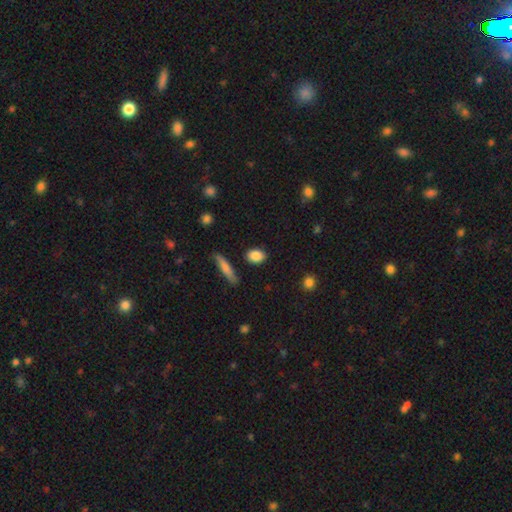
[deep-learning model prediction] Smooth or featured?
  - smooth: 87% *
  - star or artifact: 8%
  - featured or disk: 5%
How rounded?
  - in between: 72% *
  - round: 23%
  - cigar-shaped: 5%
Merging?
  - none: 84% *
  - minor disturbance: 10%
  - merger: 3%
  - major disturbance: 3%